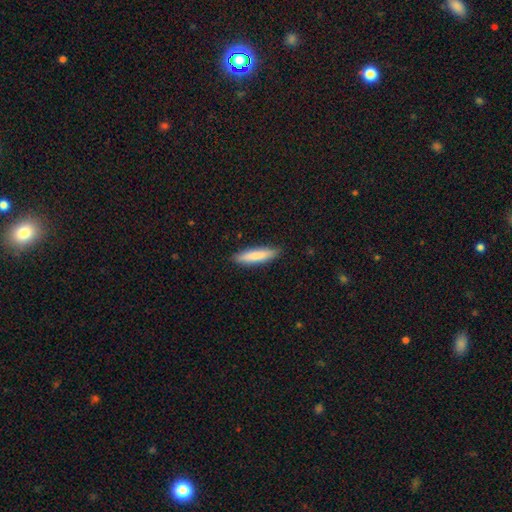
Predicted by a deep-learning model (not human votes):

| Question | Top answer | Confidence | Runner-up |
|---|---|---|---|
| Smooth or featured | smooth | 82% | featured or disk (13%) |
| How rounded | cigar-shaped | 78% | in between (20%) |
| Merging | none | 88% | minor disturbance (9%) |